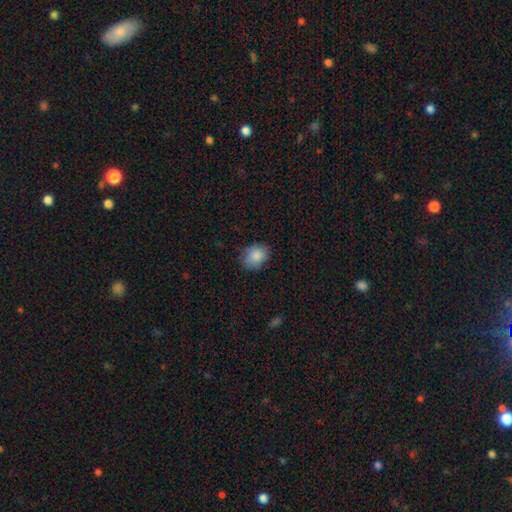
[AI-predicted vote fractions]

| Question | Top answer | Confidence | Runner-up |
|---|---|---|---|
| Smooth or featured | smooth | 86% | star or artifact (8%) |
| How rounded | in between | 52% | round (47%) |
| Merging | none | 77% | minor disturbance (18%) |